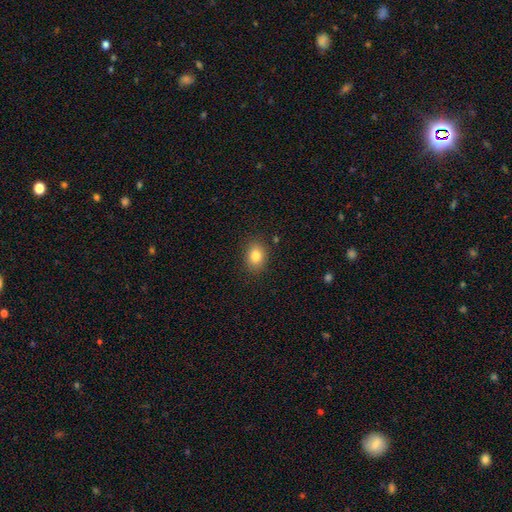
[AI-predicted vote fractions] The model was most divided on "how rounded": in between: 61%, round: 38%, cigar-shaped: 1%. More confident: merging — none (86%); smooth or featured — smooth (83%).